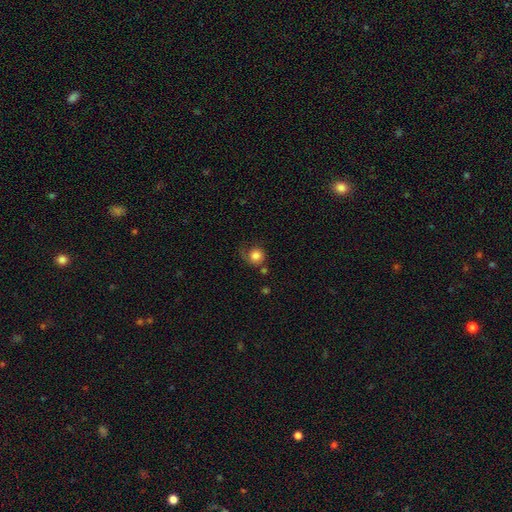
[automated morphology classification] A smooth galaxy with no disk features (76%) that is round (86%). Merging: none (48%).